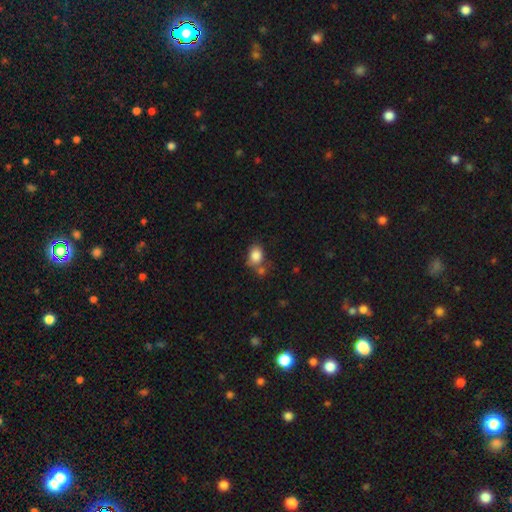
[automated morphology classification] smooth_or_featured: smooth (p=0.84) [alt: star or artifact p=0.09]
how_rounded: in between (p=0.59) [alt: round p=0.40]
merging: none (p=0.54) [alt: merger p=0.21]